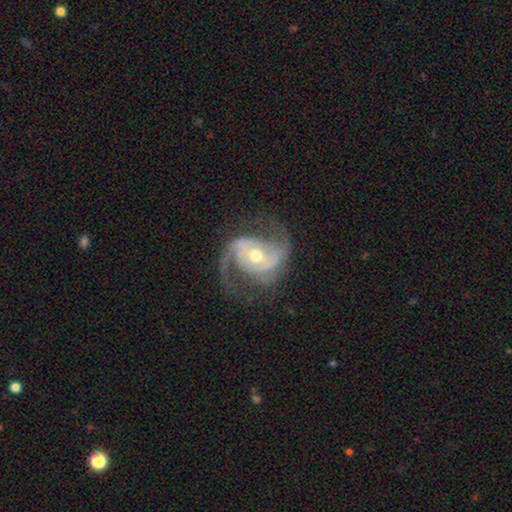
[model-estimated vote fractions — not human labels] A featured or disk galaxy (90%) with no bar (50%), 2 (82%) medium (53%) spiral arms (97%) and a moderate central bulge (69%).

Vote fractions:
- Smooth or featured? featured or disk: 90% / star or artifact: 5% / smooth: 5%
- Edge-on disk? no: 97% / yes: 3%
- Bar? no: 50% / weak: 33% / strong: 17%
- Spiral arms? yes: 97% / no: 3%
- Spiral winding? medium: 53% / loose: 28% / tight: 19%
- Spiral arm count? 2: 82% / 3: 8% / can't tell: 4% / 1: 3% / 4: 2% / more than 4: 2%
- Bulge size? moderate: 69% / small: 25% / large: 5% / none: 1% / dominant: 1%
- Merging? none: 70% / minor disturbance: 17% / major disturbance: 12% / merger: 1%